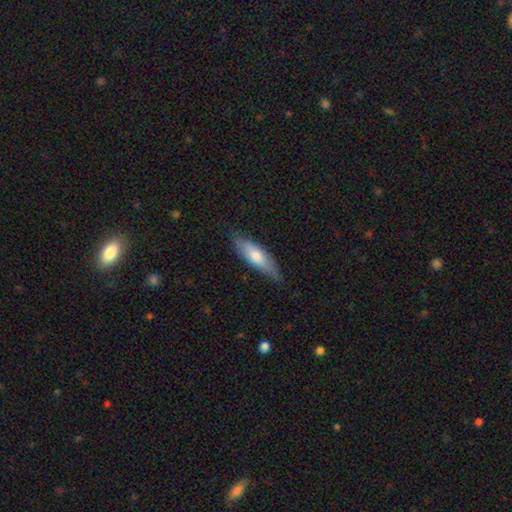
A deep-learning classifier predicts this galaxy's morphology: Smooth or featured?
  - smooth: 60% *
  - featured or disk: 34%
  - star or artifact: 6%
How rounded?
  - cigar-shaped: 56% *
  - in between: 42%
  - round: 2%
Merging?
  - none: 76% *
  - minor disturbance: 19%
  - major disturbance: 3%
  - merger: 1%